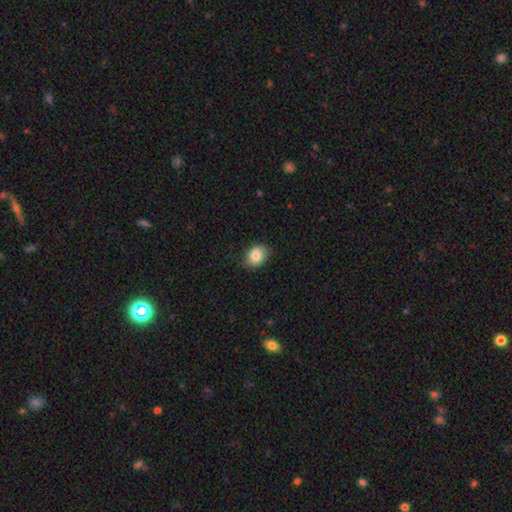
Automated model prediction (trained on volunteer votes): Morphology: type=smooth (85%); roundness=in between (66%); merging=none (83%).